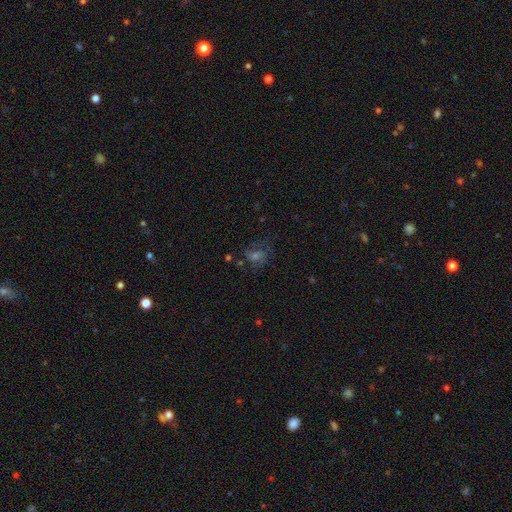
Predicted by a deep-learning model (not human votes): A star or artifact, not a galaxy (34%).